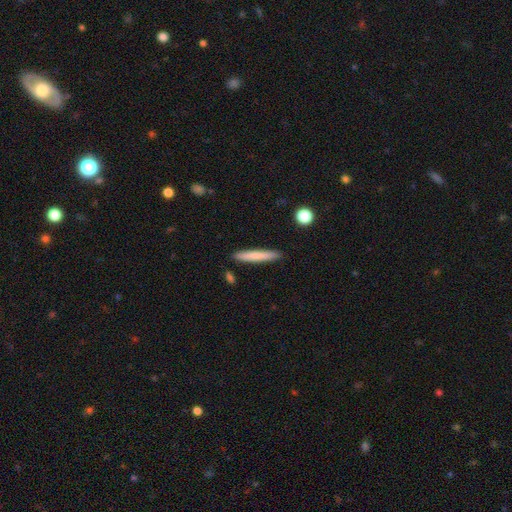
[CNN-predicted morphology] Q: Smooth or featured?
A: smooth (73%); runner-up: featured or disk (21%)
Q: How rounded?
A: cigar-shaped (95%); runner-up: in between (4%)
Q: Merging?
A: none (90%); runner-up: minor disturbance (7%)